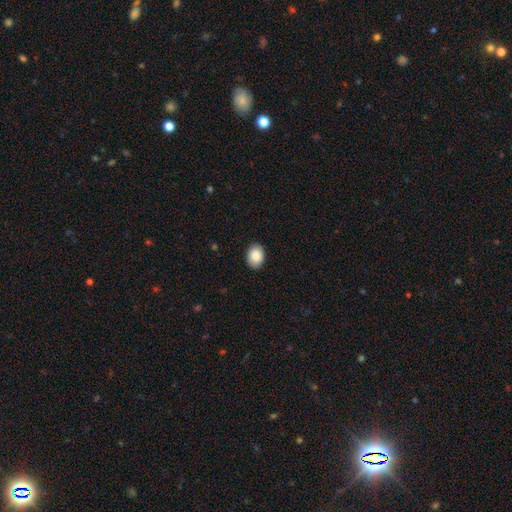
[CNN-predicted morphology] smooth 89%, star or artifact 7%, featured or disk 5%. Down the decision tree: how rounded — in between (73%); merging — none (88%).